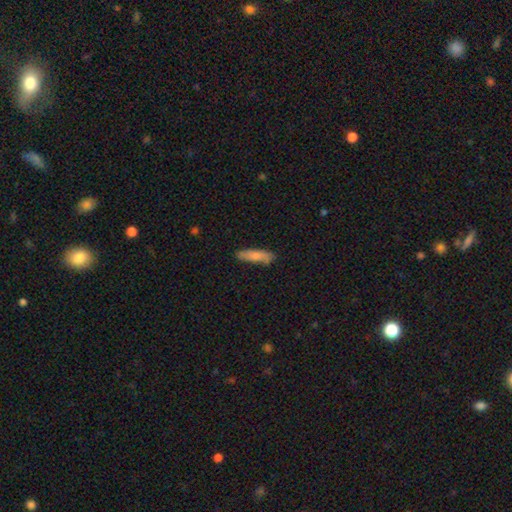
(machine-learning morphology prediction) Smooth or featured?
  - smooth: 80% *
  - featured or disk: 14%
  - star or artifact: 6%
How rounded?
  - cigar-shaped: 70% *
  - in between: 29%
  - round: 2%
Merging?
  - none: 76% *
  - minor disturbance: 19%
  - major disturbance: 3%
  - merger: 2%